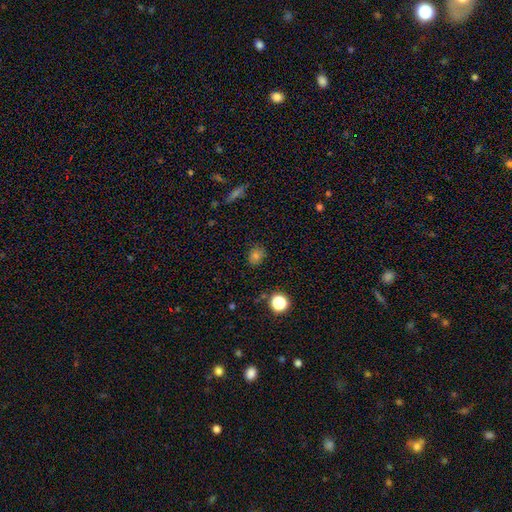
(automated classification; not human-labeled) This appears to be a smooth galaxy with no disk features (75%) that is round (64%). Merging: none (83%).